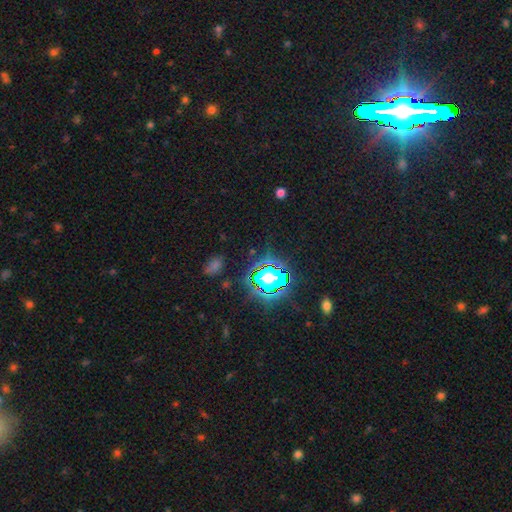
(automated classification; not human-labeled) Smooth or featured? Predicted: star or artifact (p=0.80).